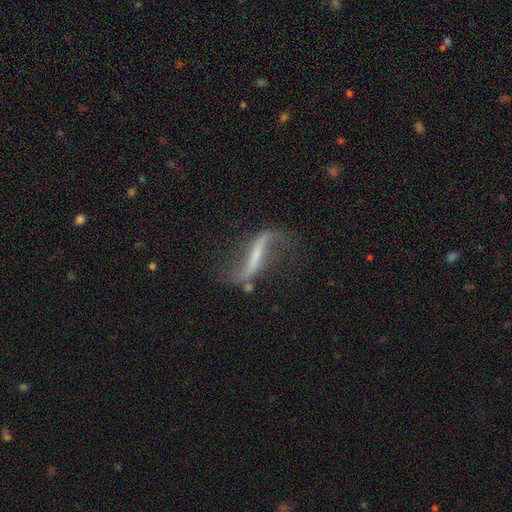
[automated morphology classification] featured or disk 81%, smooth 11%, star or artifact 7%. Down the decision tree: edge-on disk — no (78%); bar — strong (58%); spiral arms — yes (89%); spiral arm count — 2 (88%); spiral winding — loose (94%); bulge size — none (45%); merging — none (58%).